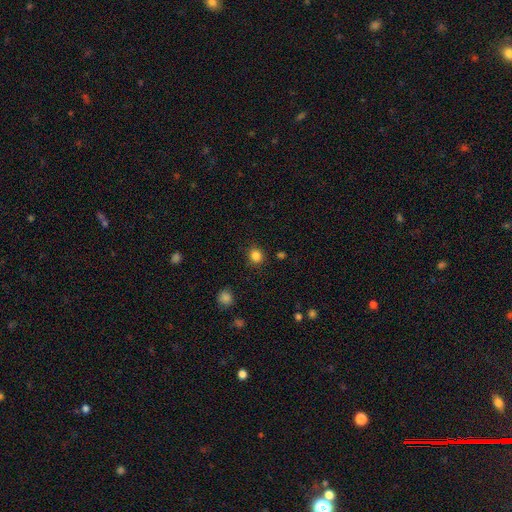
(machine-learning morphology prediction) The model was most divided on "smooth or featured": smooth: 84%, star or artifact: 12%, featured or disk: 3%. More confident: merging — none (89%); how rounded — round (87%).